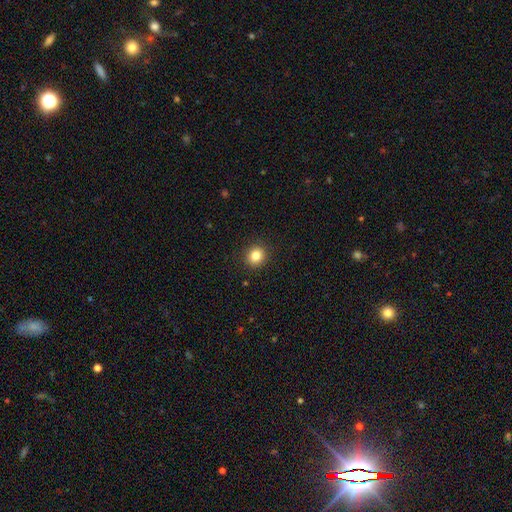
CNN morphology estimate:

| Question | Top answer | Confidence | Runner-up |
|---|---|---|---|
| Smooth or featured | smooth | 84% | star or artifact (11%) |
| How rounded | round | 86% | in between (13%) |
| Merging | none | 92% | minor disturbance (5%) |